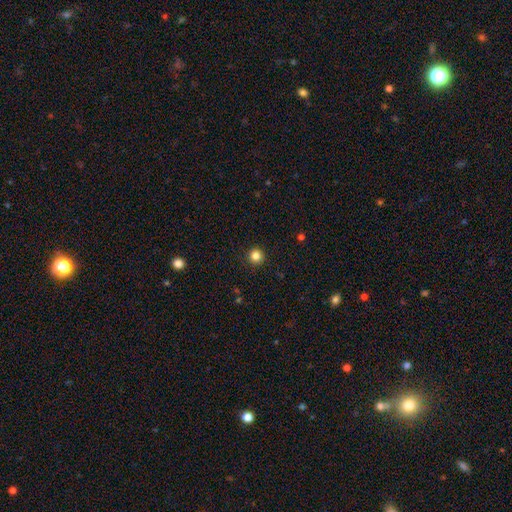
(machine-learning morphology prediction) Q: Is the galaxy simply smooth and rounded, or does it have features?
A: smooth — 83%.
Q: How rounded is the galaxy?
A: round — 96%.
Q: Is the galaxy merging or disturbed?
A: none — 93%.